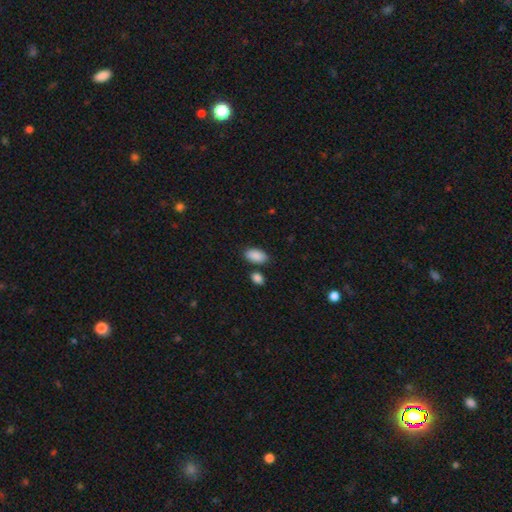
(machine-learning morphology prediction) Smooth or featured? Predicted: smooth (p=0.90). How rounded? Predicted: in between (p=0.94). Merging? Predicted: none (p=0.79).